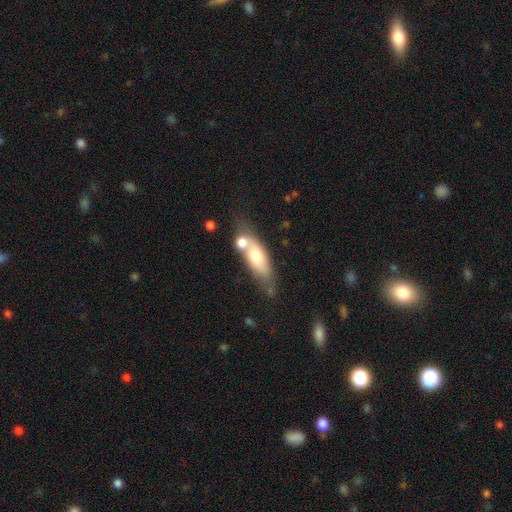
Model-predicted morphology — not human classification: This is possibly a smooth galaxy (60%). How rounded: likely in between (62%). Merging: possibly none (46%).